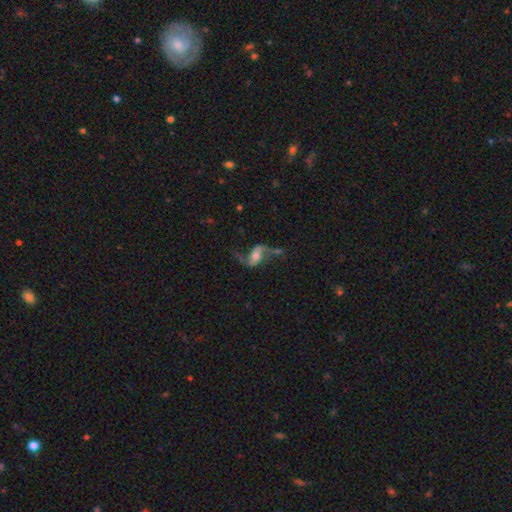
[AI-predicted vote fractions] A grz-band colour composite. It shows a featured or disk galaxy (85%) with no bar (45%), 2 (93%) loose (86%) spiral arms (94%) and a moderate central bulge (55%). Merging: none (63%).